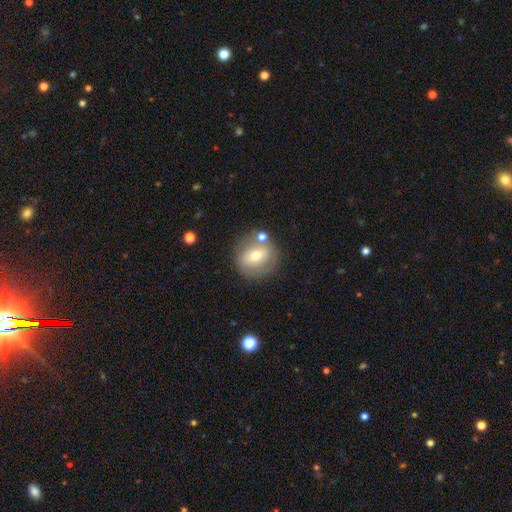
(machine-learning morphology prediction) smooth 55%, featured or disk 36%, star or artifact 9%. Down the decision tree: how rounded — round (78%); merging — none (71%).